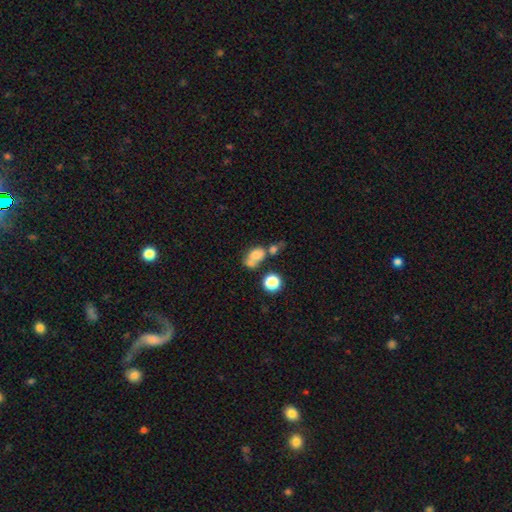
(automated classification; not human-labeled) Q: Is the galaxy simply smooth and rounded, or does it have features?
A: smooth — 67%.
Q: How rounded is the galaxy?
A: in between — 63%.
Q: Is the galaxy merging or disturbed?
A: merger — 48%.